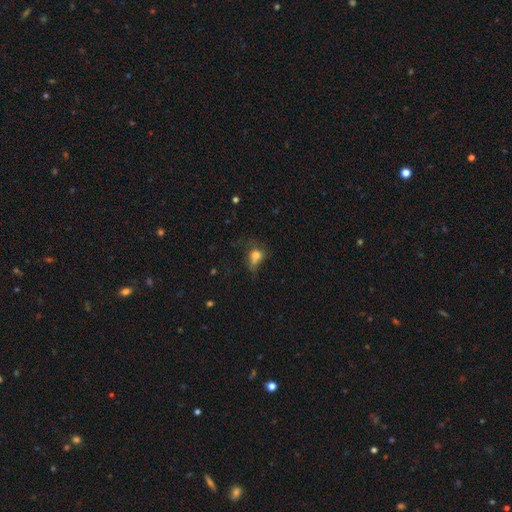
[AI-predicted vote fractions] smooth 69%, featured or disk 17%, star or artifact 14%. Down the decision tree: how rounded — in between (52%); merging — major disturbance (29%, tied with none).